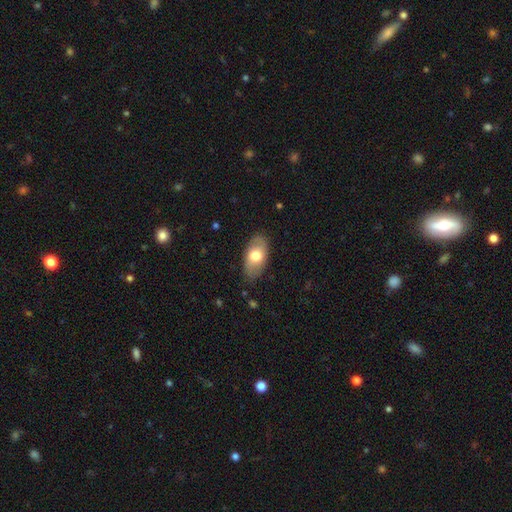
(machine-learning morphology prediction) Overall: smooth (65%; featured or disk 29%). How rounded: in between (93%). Merging: none (82%).